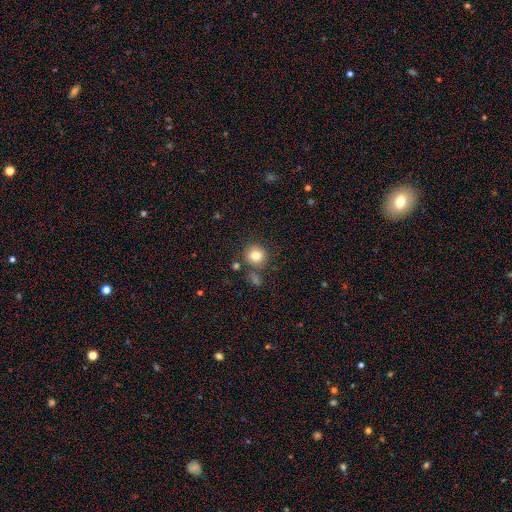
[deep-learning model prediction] This appears to be a smooth galaxy with no disk features (81%) that is round (90%). Merging: none (76%).